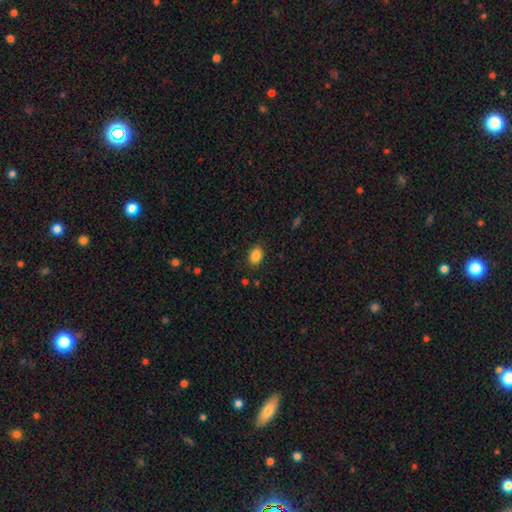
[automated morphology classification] This appears to be a smooth galaxy with no disk features (87%) that is in between round and cigar-shaped (80%). Merging: none (86%).